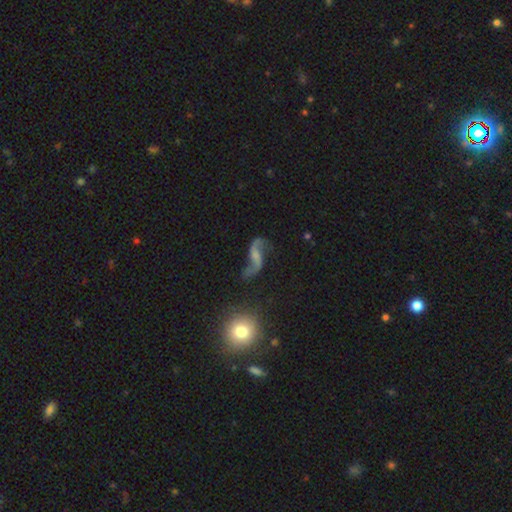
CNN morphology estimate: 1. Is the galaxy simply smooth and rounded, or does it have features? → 86% featured or disk, 7% smooth, 6% star or artifact.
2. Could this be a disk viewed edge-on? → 96% no, 4% yes.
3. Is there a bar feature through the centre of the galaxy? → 41% no (tied), 41% weak (tied), 18% strong.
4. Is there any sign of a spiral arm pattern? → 96% yes, 4% no.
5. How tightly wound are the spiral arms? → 89% loose, 8% medium, 2% tight.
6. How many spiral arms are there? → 93% 2, 3% 1, 1% can't tell, 1% 3, 1% 4, 1% more than 4.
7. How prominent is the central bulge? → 39% small, 35% none, 20% moderate, 4% large, 2% dominant.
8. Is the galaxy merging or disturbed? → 72% none, 15% minor disturbance, 9% major disturbance, 4% merger.